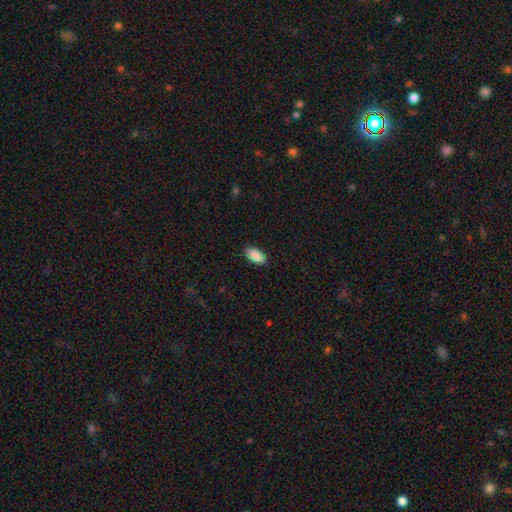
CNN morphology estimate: type=smooth (90%); roundness=in between (94%); merging=none (87%).